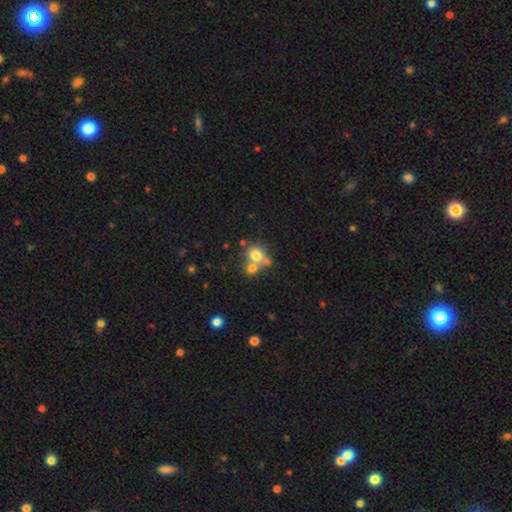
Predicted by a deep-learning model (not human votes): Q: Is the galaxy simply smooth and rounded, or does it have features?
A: smooth — 73%.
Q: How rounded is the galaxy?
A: round — 63%.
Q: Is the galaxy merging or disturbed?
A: merger — 49%.